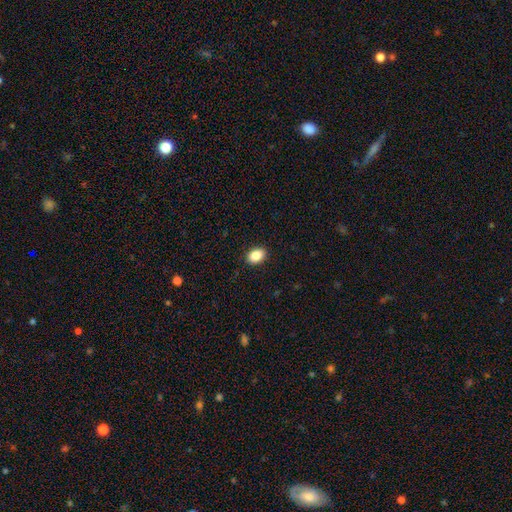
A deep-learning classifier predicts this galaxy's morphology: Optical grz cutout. It shows a smooth galaxy with no disk features (86%) that is in between round and cigar-shaped (77%). Merging: none (90%).